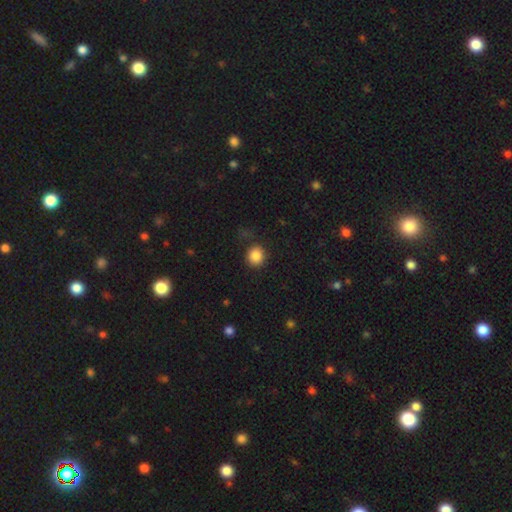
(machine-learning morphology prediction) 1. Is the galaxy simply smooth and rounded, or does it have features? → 86% smooth, 10% star or artifact, 4% featured or disk.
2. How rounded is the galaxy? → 81% round, 18% in between, 1% cigar-shaped.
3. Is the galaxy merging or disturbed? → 82% none, 12% minor disturbance, 4% major disturbance, 2% merger.